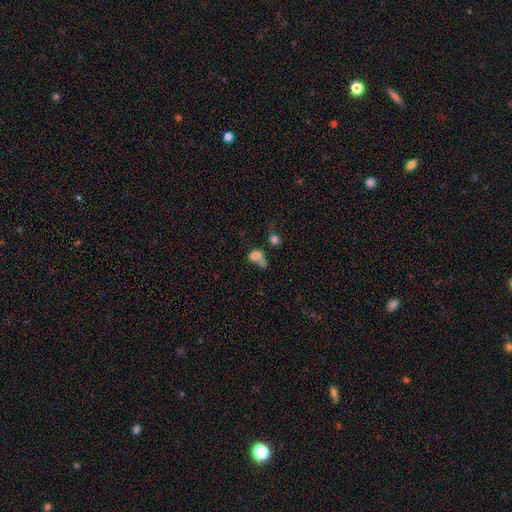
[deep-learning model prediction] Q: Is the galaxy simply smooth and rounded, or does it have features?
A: smooth — 70%.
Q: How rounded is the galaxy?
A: in between — 55%.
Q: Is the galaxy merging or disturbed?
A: merger — 45%.